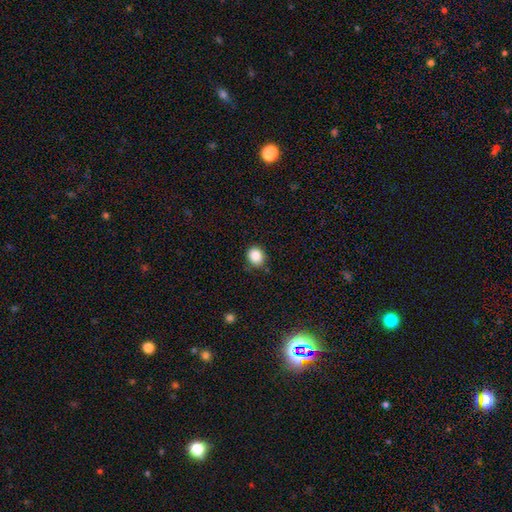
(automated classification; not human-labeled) A smooth galaxy with no disk features (87%) that is round (67%). Merging: none (81%).